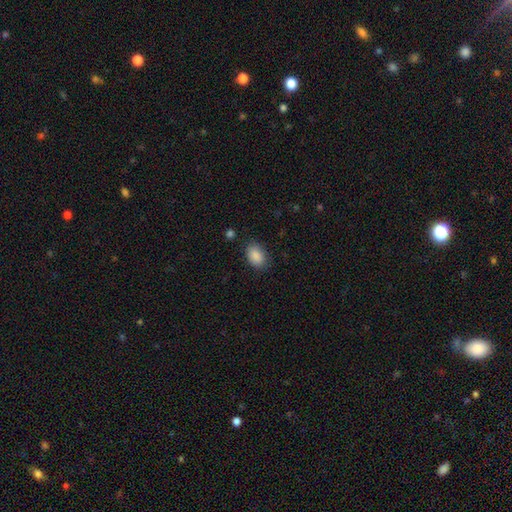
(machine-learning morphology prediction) Smooth or featured?
  - smooth: 89% *
  - star or artifact: 7%
  - featured or disk: 4%
How rounded?
  - in between: 85% *
  - round: 14%
  - cigar-shaped: 1%
Merging?
  - none: 83% *
  - minor disturbance: 13%
  - major disturbance: 3%
  - merger: 1%